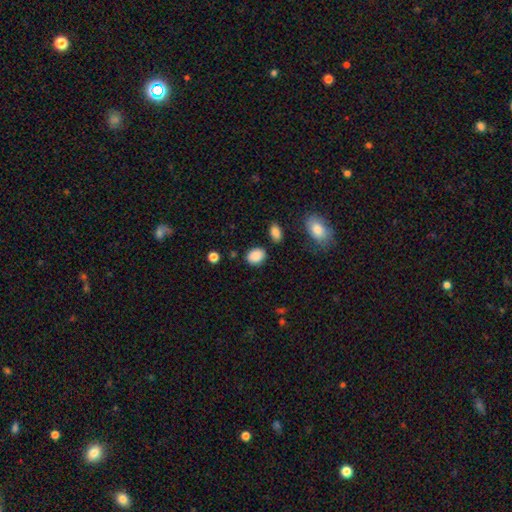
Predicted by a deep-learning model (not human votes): smooth-or-featured: smooth: 88% | star or artifact: 8% | featured or disk: 4%
  how-rounded: in between: 65% | round: 34% | cigar-shaped: 1%
  merging: none: 80% | minor disturbance: 13% | merger: 4% | major disturbance: 3%